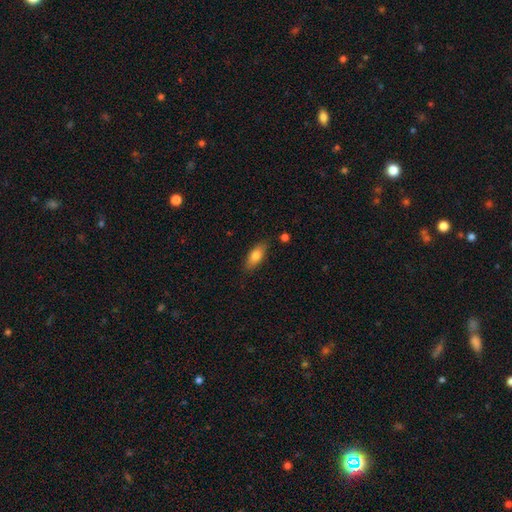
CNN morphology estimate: Smooth or featured: smooth — 76% (featured or disk — 17%)
How rounded: in between — 75% (cigar-shaped — 22%)
Merging: none — 84% (minor disturbance — 12%)